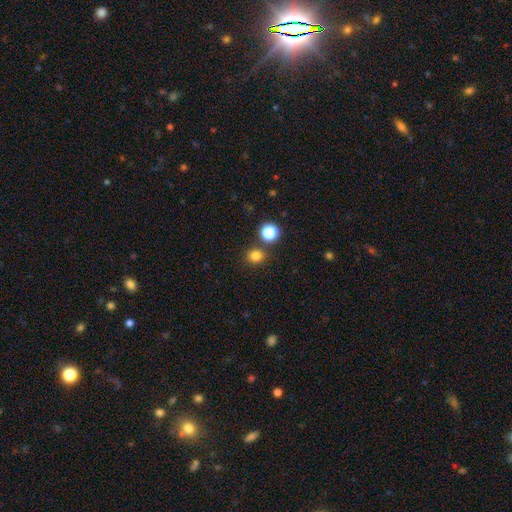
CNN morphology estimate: type=smooth (80%); roundness=round (84%); merging=none (80%).